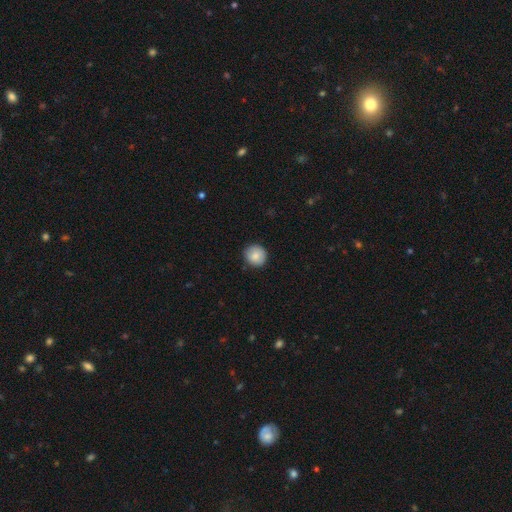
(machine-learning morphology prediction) smooth 84%, featured or disk 8%, star or artifact 8%. Down the decision tree: how rounded — round (90%); merging — none (87%).